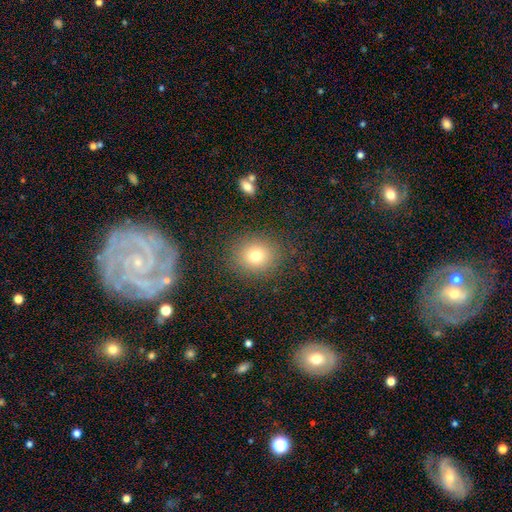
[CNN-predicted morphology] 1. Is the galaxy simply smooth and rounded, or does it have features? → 77% smooth, 13% star or artifact, 10% featured or disk.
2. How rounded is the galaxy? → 76% round, 23% in between, 1% cigar-shaped.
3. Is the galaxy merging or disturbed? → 86% none, 8% minor disturbance, 4% major disturbance, 2% merger.